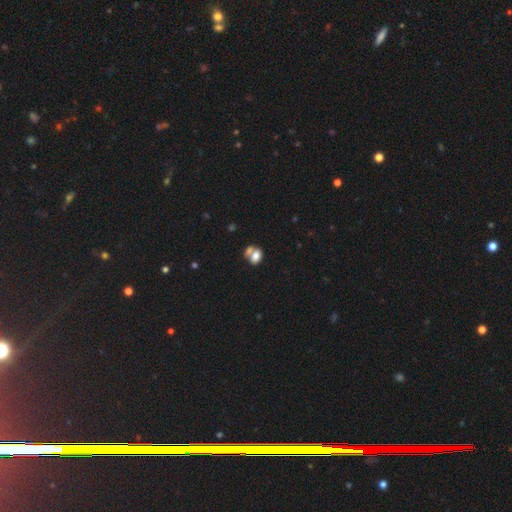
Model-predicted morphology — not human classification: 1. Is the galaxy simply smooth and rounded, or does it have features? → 75% smooth, 15% featured or disk, 10% star or artifact.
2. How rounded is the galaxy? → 70% in between, 28% round, 1% cigar-shaped.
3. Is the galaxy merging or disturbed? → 52% merger, 32% none, 11% minor disturbance, 6% major disturbance.